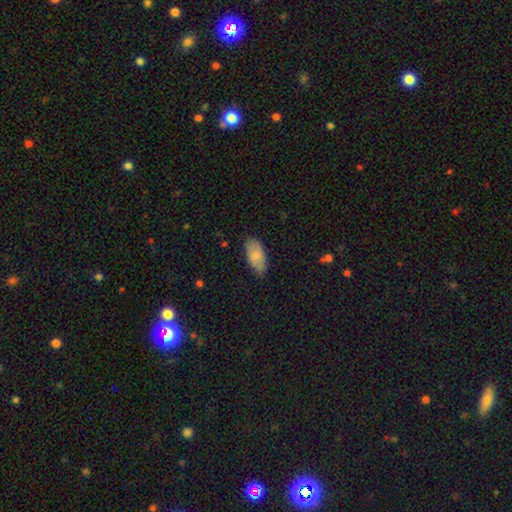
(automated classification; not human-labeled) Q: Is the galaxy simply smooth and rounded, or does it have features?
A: smooth — 81%.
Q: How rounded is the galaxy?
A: in between — 93%.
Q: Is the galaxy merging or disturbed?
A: none — 77%.